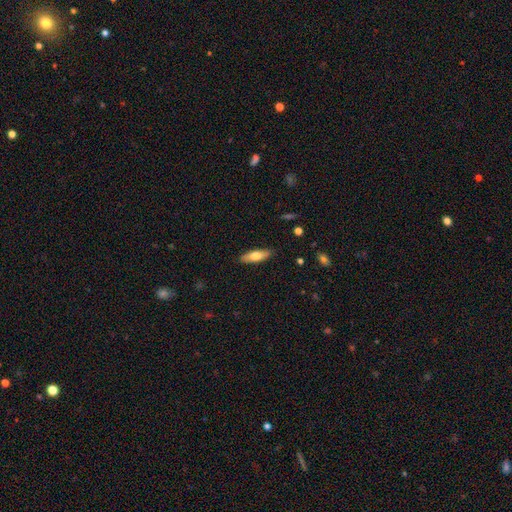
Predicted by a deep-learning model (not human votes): A smooth galaxy with no disk features (69%) that is in between round and cigar-shaped (49%, tied with cigar-shaped). Merging: none (87%).